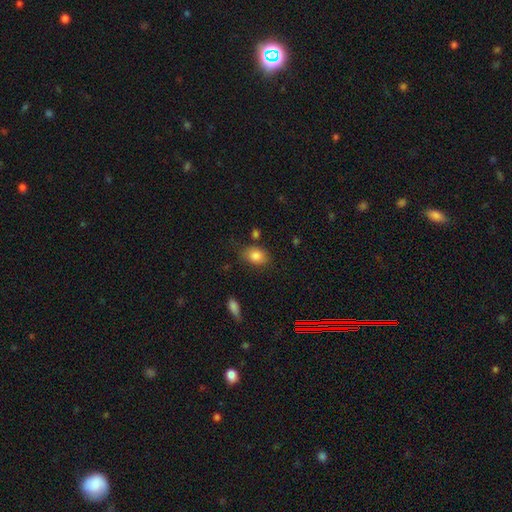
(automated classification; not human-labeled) The model was most divided on "how rounded": in between: 70%, round: 29%, cigar-shaped: 1%. More confident: smooth or featured — smooth (84%); merging — none (71%).